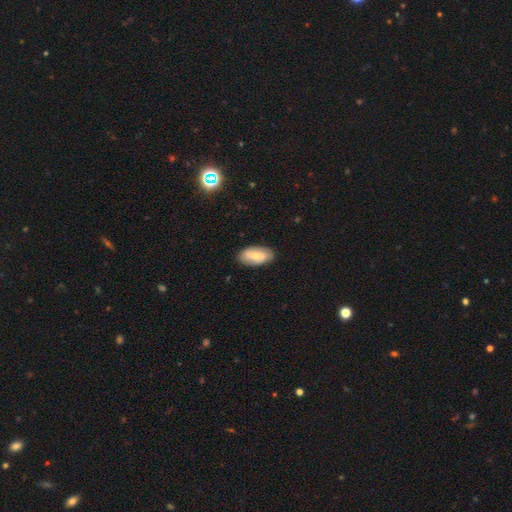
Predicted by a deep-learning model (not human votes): The model was most divided on "smooth or featured": smooth: 57%, featured or disk: 36%, star or artifact: 6%. More confident: how rounded — in between (93%); merging — none (84%).